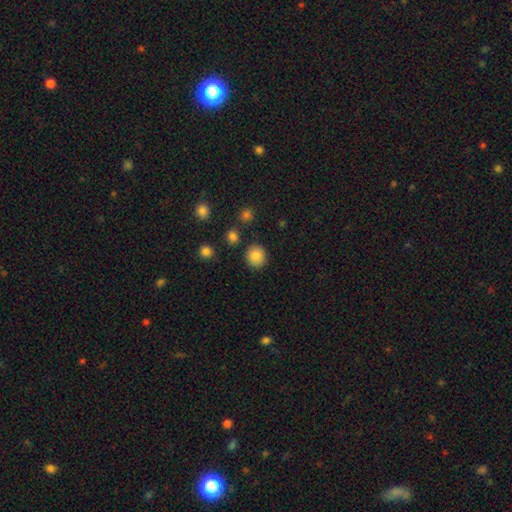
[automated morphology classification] This appears to be a smooth galaxy with no disk features (85%) that is round (89%). Merging: none (88%).